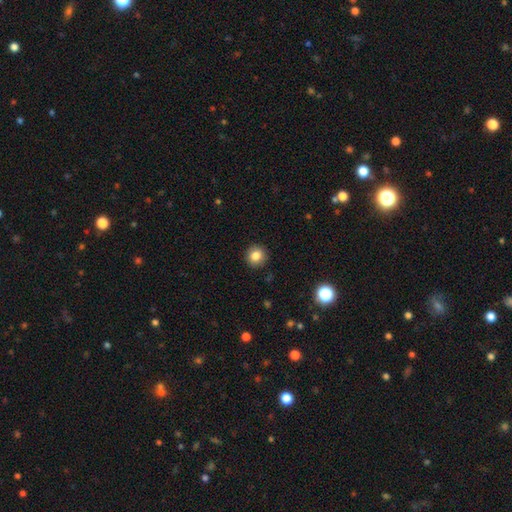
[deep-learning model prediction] A smooth galaxy with no disk features (84%) that is round (93%). Merging: none (91%).